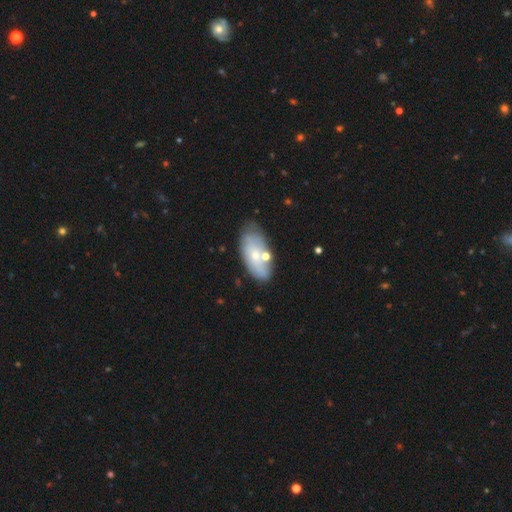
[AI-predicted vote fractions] This is possibly a smooth galaxy (52%). How rounded: clearly in between (89%). Merging: likely none (62%).